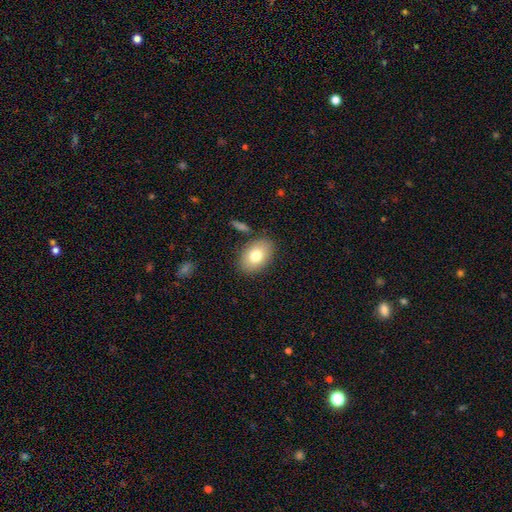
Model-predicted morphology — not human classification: Overall: smooth (77%). How rounded: in between (86%). Merging: none (84%).